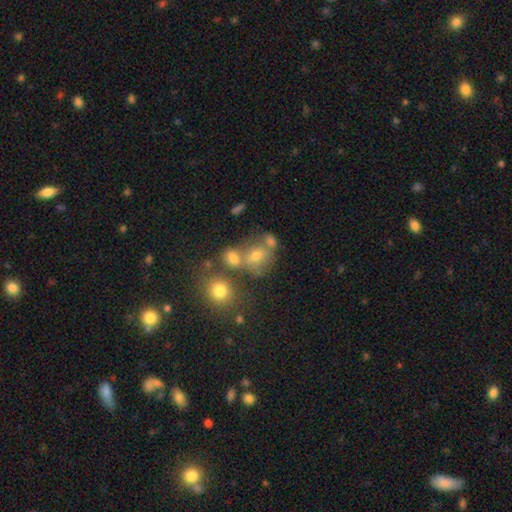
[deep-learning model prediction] Q: Smooth or featured?
A: smooth (51%); runner-up: star or artifact (27%)
Q: How rounded?
A: round (67%); runner-up: in between (32%)
Q: Merging?
A: none (46%); runner-up: merger (35%)